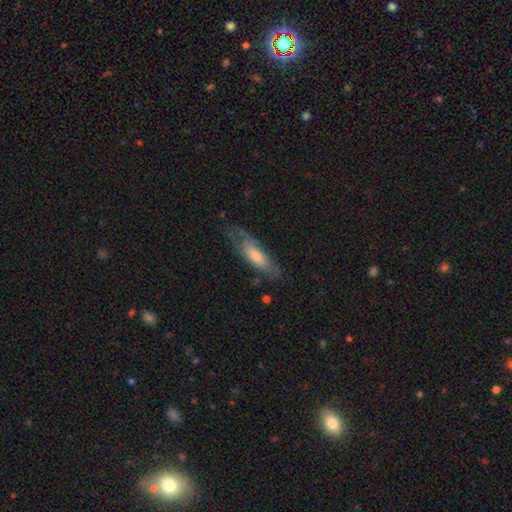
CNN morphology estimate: Q: Smooth or featured?
A: smooth (51%); runner-up: featured or disk (43%)
Q: How rounded?
A: cigar-shaped (50%); runner-up: in between (48%)
Q: Merging?
A: none (60%); runner-up: minor disturbance (26%)